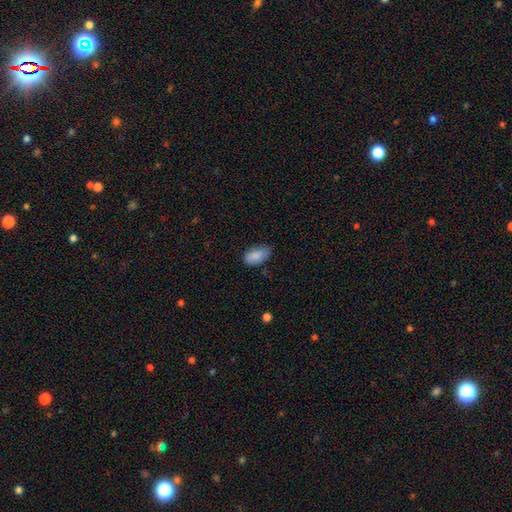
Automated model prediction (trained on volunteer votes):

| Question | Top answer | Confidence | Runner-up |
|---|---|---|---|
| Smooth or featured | smooth | 87% | star or artifact (7%) |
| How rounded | in between | 93% | cigar-shaped (4%) |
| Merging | none | 66% | minor disturbance (28%) |